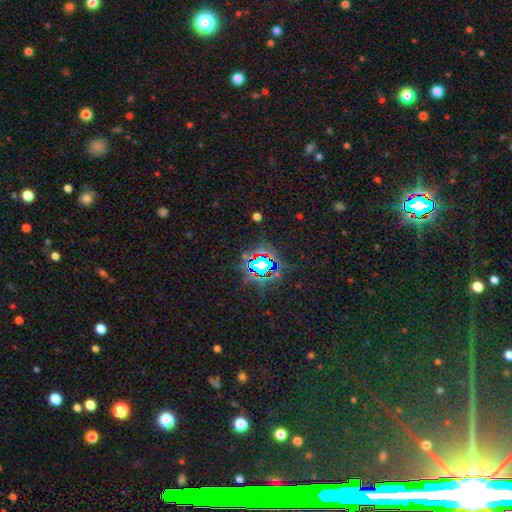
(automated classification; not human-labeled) Smooth or featured? star or artifact (80%)